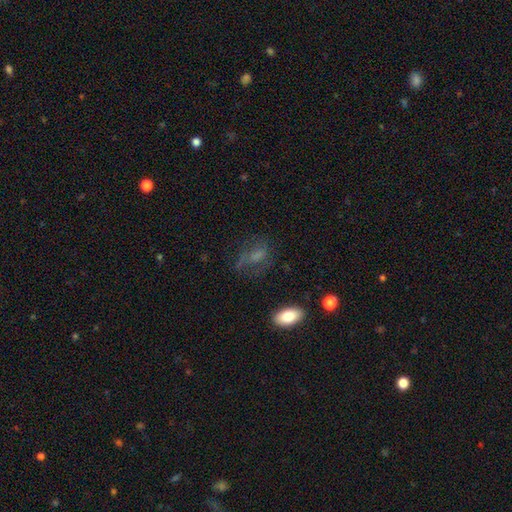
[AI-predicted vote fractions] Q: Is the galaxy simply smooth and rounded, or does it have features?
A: smooth — 51%.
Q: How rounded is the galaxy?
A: in between — 75%.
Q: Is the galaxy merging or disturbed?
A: none — 50%.